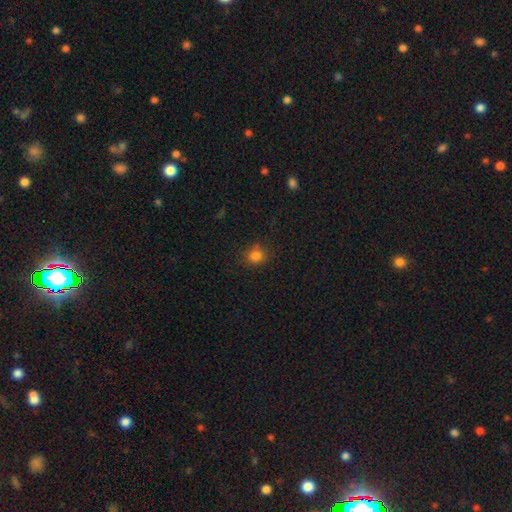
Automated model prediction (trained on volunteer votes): smooth_or_featured: smooth (p=0.81) [alt: star or artifact p=0.13]
how_rounded: round (p=0.76) [alt: in between p=0.23]
merging: none (p=0.82) [alt: minor disturbance p=0.12]